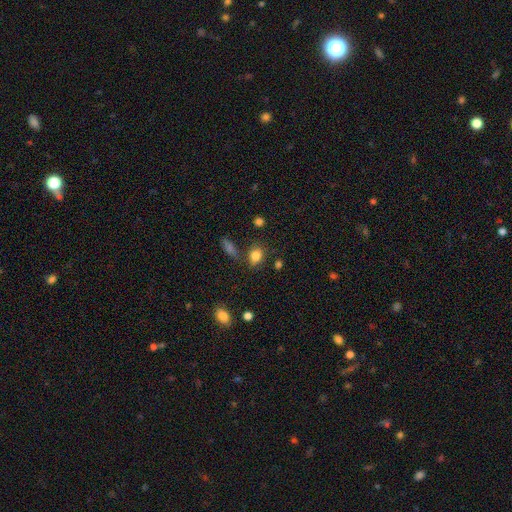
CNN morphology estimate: A smooth galaxy with no disk features (82%) that is in between round and cigar-shaped (57%).

Vote fractions:
- Smooth or featured? smooth: 82% / star or artifact: 12% / featured or disk: 6%
- How rounded? in between: 57% / round: 41% / cigar-shaped: 2%
- Merging? none: 70% / minor disturbance: 16% / merger: 8% / major disturbance: 6%